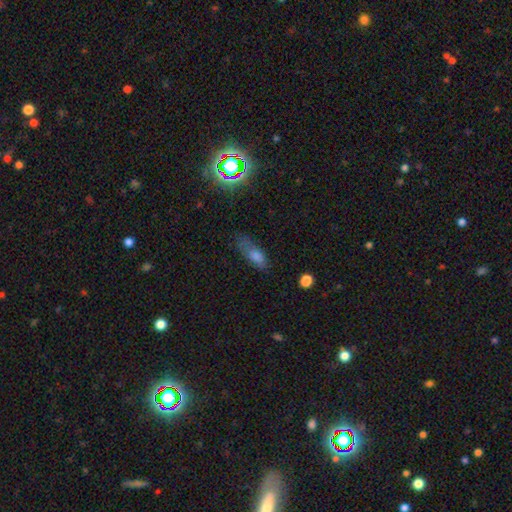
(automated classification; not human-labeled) smooth_or_featured: smooth (p=0.64) [alt: star or artifact p=0.19]
how_rounded: in between (p=0.65) [alt: cigar-shaped p=0.29]
merging: none (p=0.50) [alt: minor disturbance p=0.30]